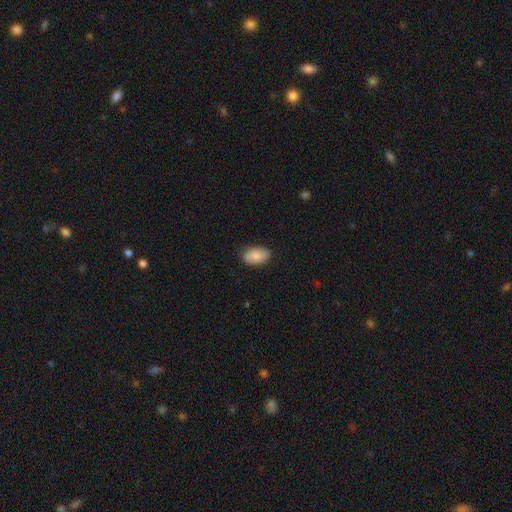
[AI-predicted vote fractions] Smooth or featured: smooth — 84% (featured or disk — 10%)
How rounded: in between — 92% (round — 7%)
Merging: none — 85% (minor disturbance — 12%)